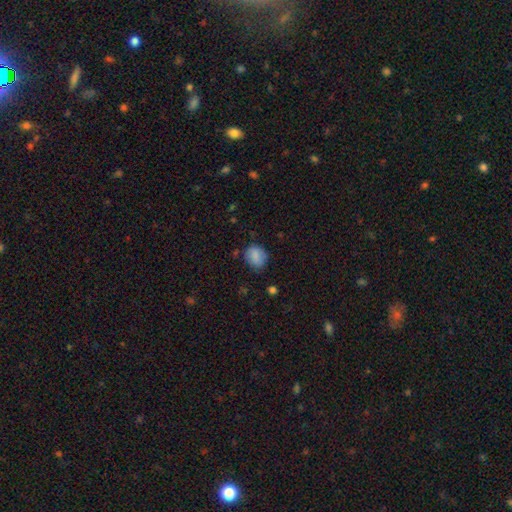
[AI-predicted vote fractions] Morphology: type=smooth (82%); roundness=round (57%); merging=none (69%).